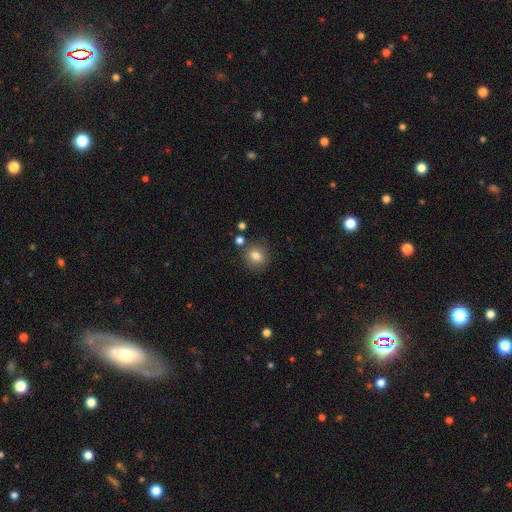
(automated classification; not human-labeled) smooth_or_featured: smooth (p=0.82) [alt: star or artifact p=0.11]
how_rounded: round (p=0.79) [alt: in between p=0.20]
merging: none (p=0.80) [alt: minor disturbance p=0.10]